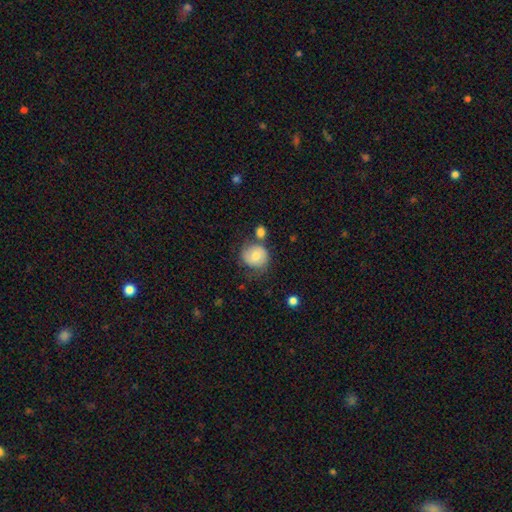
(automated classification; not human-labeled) This is likely a smooth galaxy (67%). How rounded: clearly round (81%). Merging: possibly none (57%).